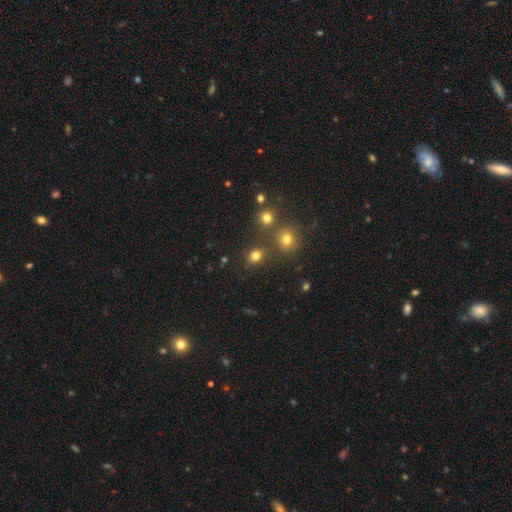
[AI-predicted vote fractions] smooth 78%, star or artifact 16%, featured or disk 5%. Down the decision tree: how rounded — round (72%); merging — none (77%).